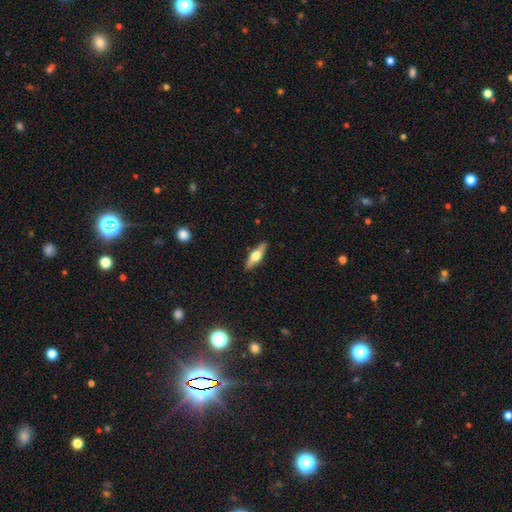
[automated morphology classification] This is possibly a featured or disk galaxy (49%). Merging: clearly none (89%).